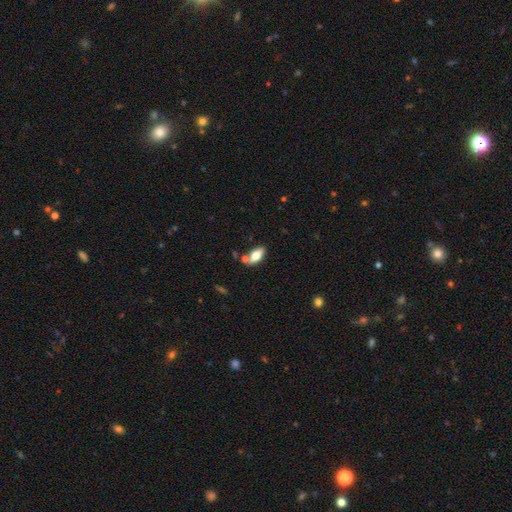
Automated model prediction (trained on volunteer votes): smooth_or_featured: smooth (p=0.68) [alt: featured or disk p=0.25]
how_rounded: in between (p=0.84) [alt: cigar-shaped p=0.13]
merging: none (p=0.69) [alt: merger p=0.14]